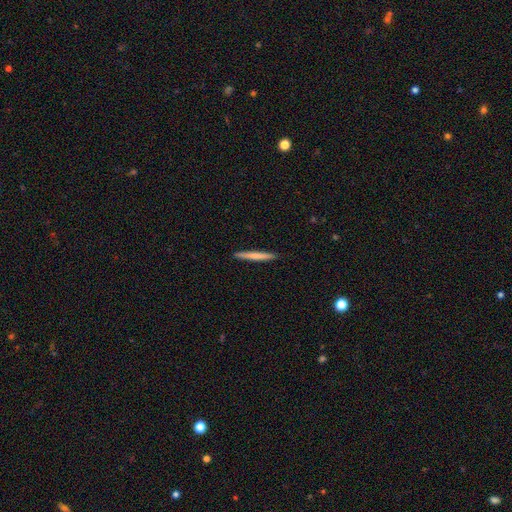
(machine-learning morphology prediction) This is likely a smooth galaxy (67%). How rounded: clearly cigar-shaped (97%). Merging: clearly none (91%).